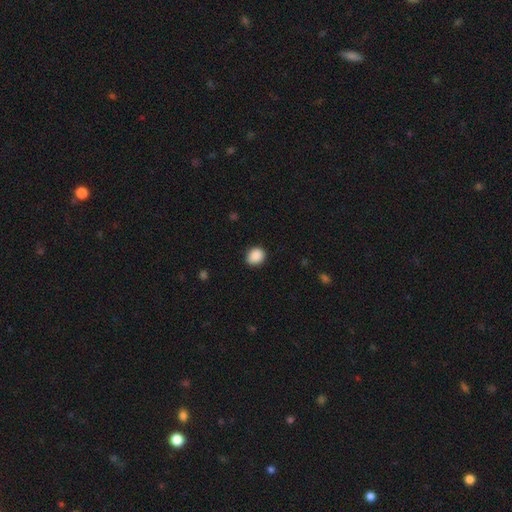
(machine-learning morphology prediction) Smooth or featured?
  - smooth: 89% *
  - star or artifact: 8%
  - featured or disk: 3%
How rounded?
  - round: 65% *
  - in between: 34%
  - cigar-shaped: 1%
Merging?
  - none: 84% *
  - minor disturbance: 12%
  - major disturbance: 3%
  - merger: 1%